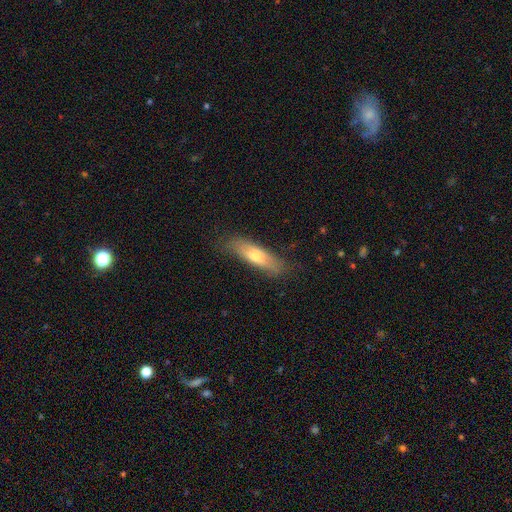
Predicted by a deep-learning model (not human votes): Overall: smooth (61%; featured or disk 32%). How rounded: cigar-shaped (60%; in between 38%). Merging: none (77%).